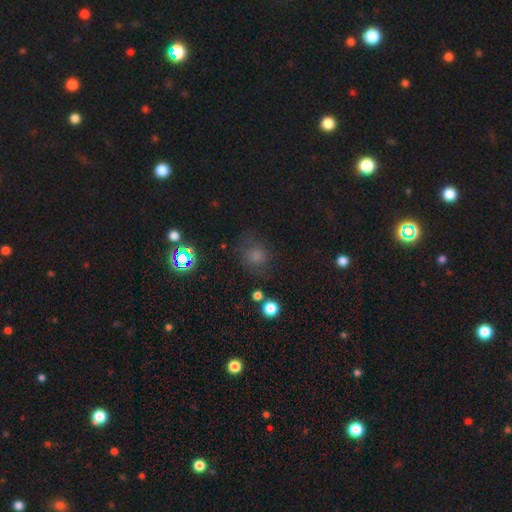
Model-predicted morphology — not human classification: smooth-or-featured: smooth: 68% | star or artifact: 23% | featured or disk: 8%
  how-rounded: round: 82% | in between: 17% | cigar-shaped: 1%
  merging: none: 69% | minor disturbance: 18% | major disturbance: 10% | merger: 3%